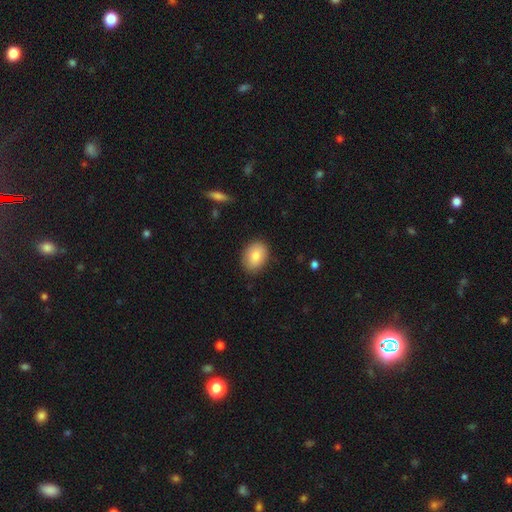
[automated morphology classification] type=smooth (84%); roundness=in between (73%); merging=none (86%).